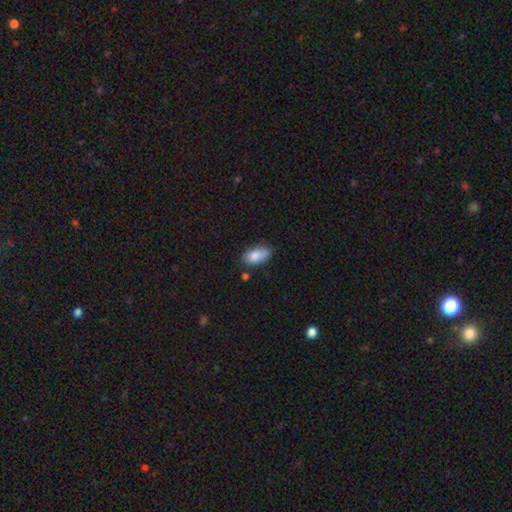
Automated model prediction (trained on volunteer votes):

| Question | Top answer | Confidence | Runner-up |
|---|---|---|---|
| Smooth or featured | smooth | 84% | featured or disk (9%) |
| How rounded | in between | 90% | cigar-shaped (6%) |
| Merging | none | 62% | minor disturbance (28%) |